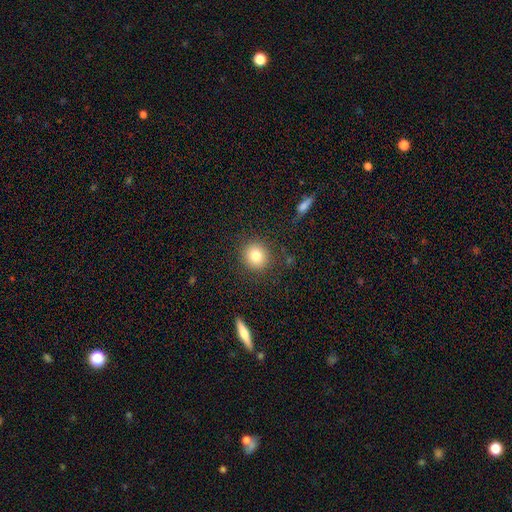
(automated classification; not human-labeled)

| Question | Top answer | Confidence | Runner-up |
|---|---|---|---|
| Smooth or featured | smooth | 81% | star or artifact (11%) |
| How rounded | round | 86% | in between (13%) |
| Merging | none | 87% | minor disturbance (8%) |